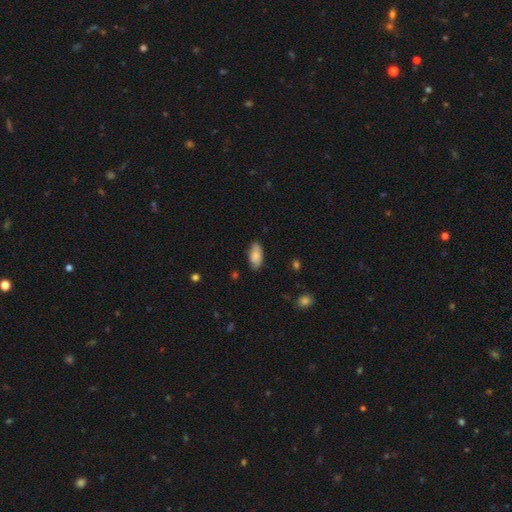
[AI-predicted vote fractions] Smooth or featured?
  - smooth: 83% *
  - featured or disk: 11%
  - star or artifact: 6%
How rounded?
  - in between: 91% *
  - cigar-shaped: 6%
  - round: 2%
Merging?
  - none: 80% *
  - minor disturbance: 16%
  - major disturbance: 3%
  - merger: 1%